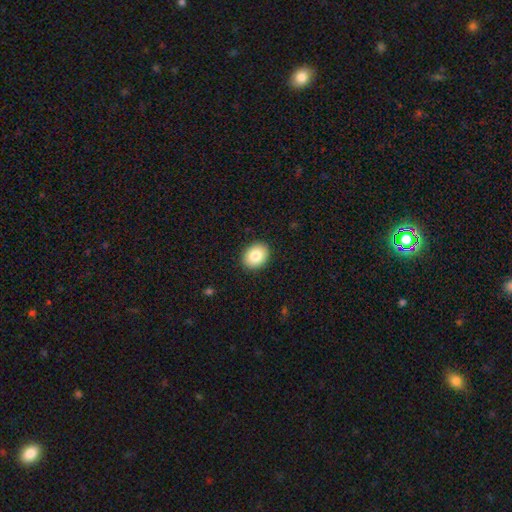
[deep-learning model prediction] smooth-or-featured: smooth: 83% | featured or disk: 9% | star or artifact: 8%
  how-rounded: round: 50% (tied) | in between: 50% (tied) | cigar-shaped: 1%
  merging: none: 90% | minor disturbance: 7% | major disturbance: 2% | merger: 1%